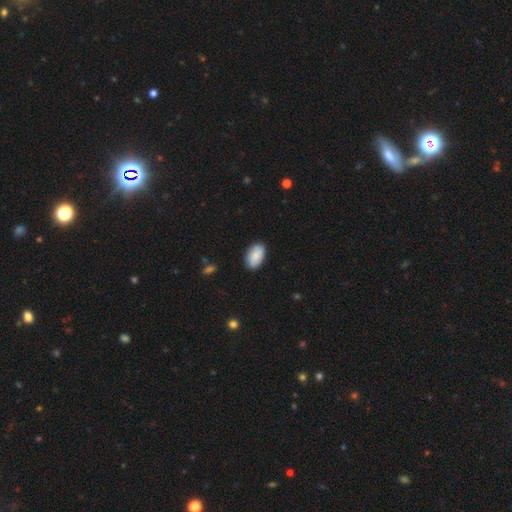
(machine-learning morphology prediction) type=smooth (85%); roundness=in between (94%); merging=none (86%).